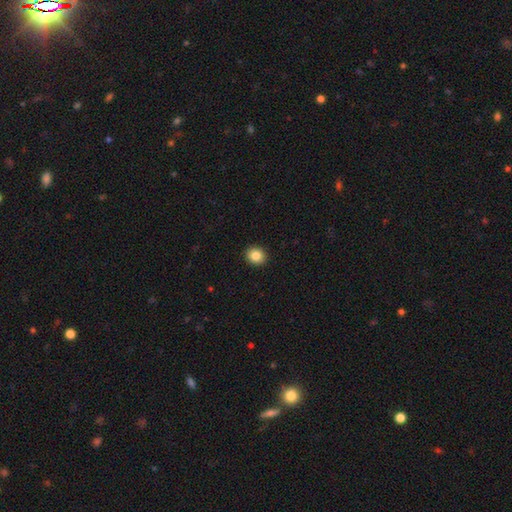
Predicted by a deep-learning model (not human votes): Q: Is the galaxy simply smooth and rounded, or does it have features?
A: smooth — 84%.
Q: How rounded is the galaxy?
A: round — 76%.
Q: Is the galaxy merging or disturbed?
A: none — 92%.